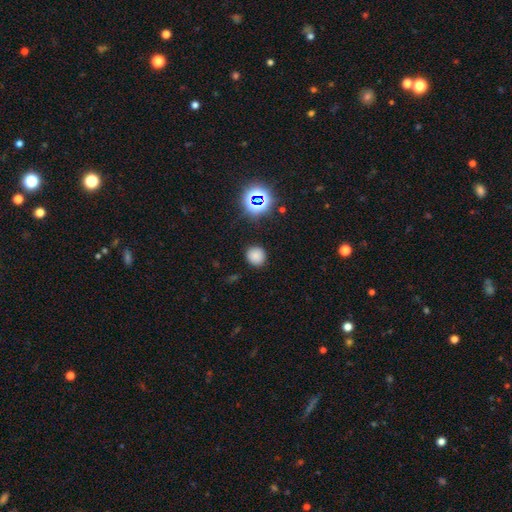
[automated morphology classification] The model was most divided on "smooth or featured": smooth: 77%, star or artifact: 18%, featured or disk: 5%. More confident: how rounded — round (89%); merging — none (88%).